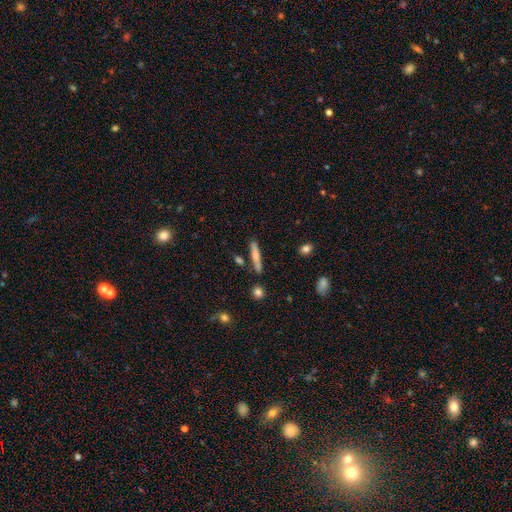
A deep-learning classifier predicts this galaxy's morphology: A smooth galaxy with no disk features (63%) that is cigar-shaped (90%).

Vote fractions:
- Smooth or featured? smooth: 63% / featured or disk: 30% / star or artifact: 7%
- How rounded? cigar-shaped: 90% / in between: 8% / round: 2%
- Merging? none: 81% / minor disturbance: 10% / merger: 6% / major disturbance: 2%